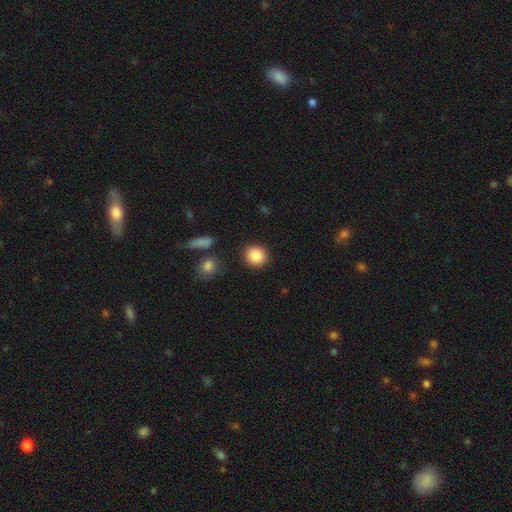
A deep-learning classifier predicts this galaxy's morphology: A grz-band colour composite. It shows a smooth galaxy with no disk features (87%) that is round (85%). Merging: none (88%).